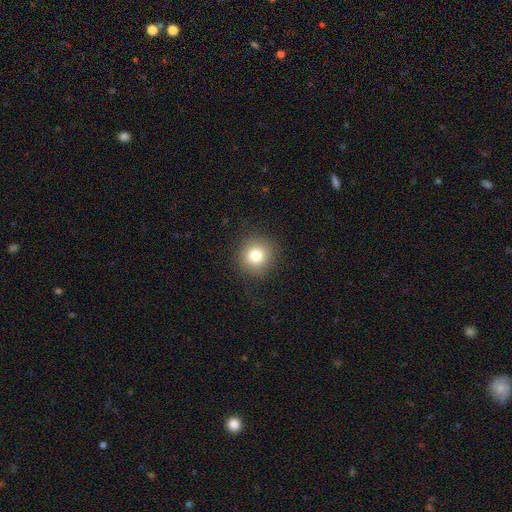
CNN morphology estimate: Q: Smooth or featured?
A: smooth (81%); runner-up: star or artifact (11%)
Q: How rounded?
A: round (92%); runner-up: in between (7%)
Q: Merging?
A: none (88%); runner-up: minor disturbance (8%)